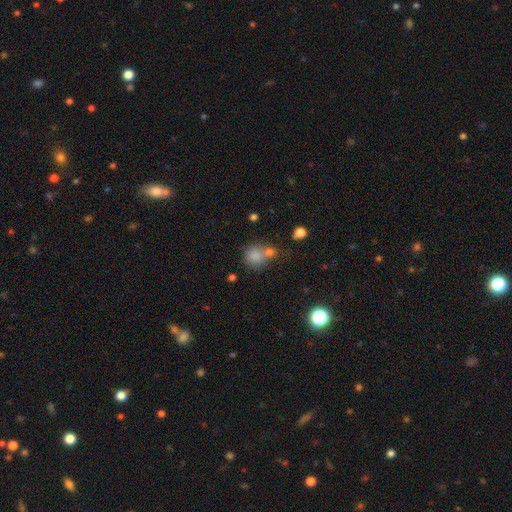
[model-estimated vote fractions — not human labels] Smooth or featured: smooth — 80% (star or artifact — 11%)
How rounded: round — 80% (in between — 19%)
Merging: none — 41% (tied with merger — 41%)